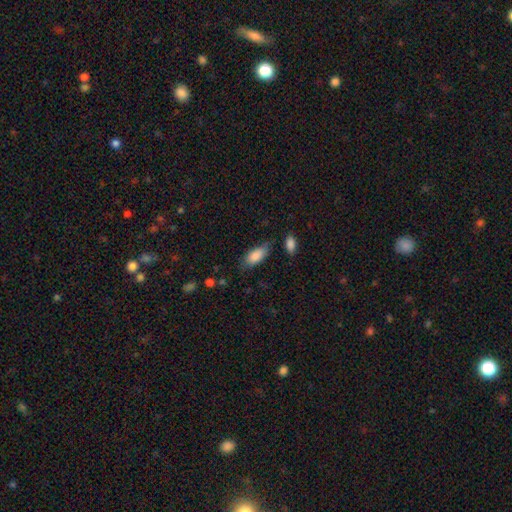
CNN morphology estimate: Smooth or featured? Predicted: smooth (p=0.86). How rounded? Predicted: in between (p=0.84). Merging? Predicted: none (p=0.69).